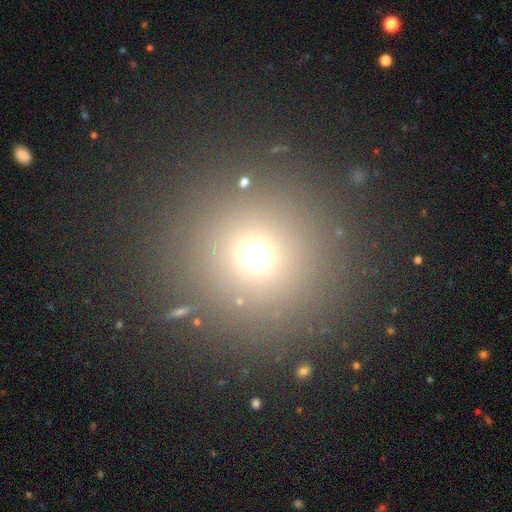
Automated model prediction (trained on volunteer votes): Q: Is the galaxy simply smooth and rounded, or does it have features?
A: smooth — 64%.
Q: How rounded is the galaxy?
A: round — 94%.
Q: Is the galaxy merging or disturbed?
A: none — 86%.